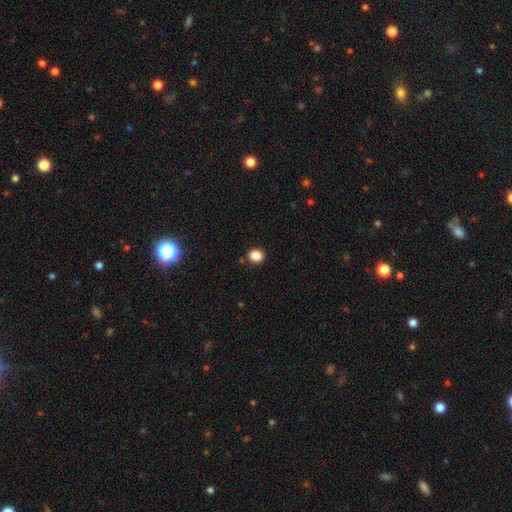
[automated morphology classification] Smooth or featured: smooth — 87% (star or artifact — 10%)
How rounded: round — 66% (in between — 34%)
Merging: none — 85% (minor disturbance — 9%)